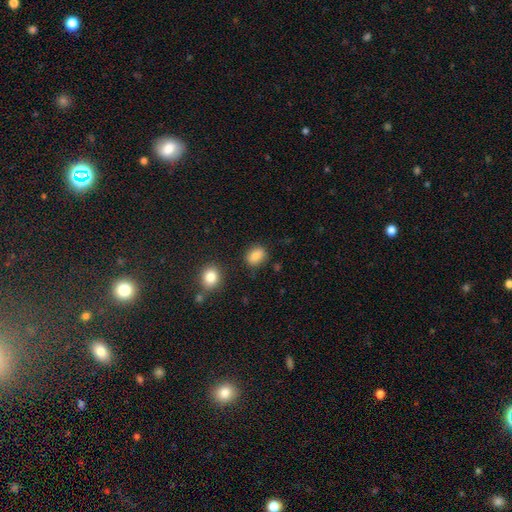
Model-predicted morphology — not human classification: The model was most divided on "how rounded": in between: 67%, round: 31%, cigar-shaped: 1%. More confident: smooth or featured — smooth (86%); merging — none (80%).